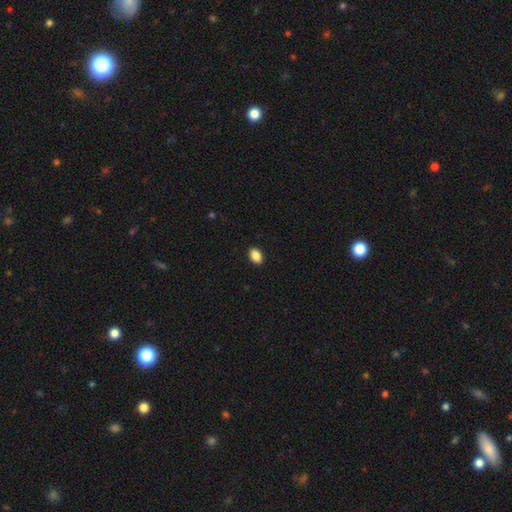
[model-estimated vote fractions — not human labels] Overall: smooth (88%). How rounded: in between (85%). Merging: none (91%).